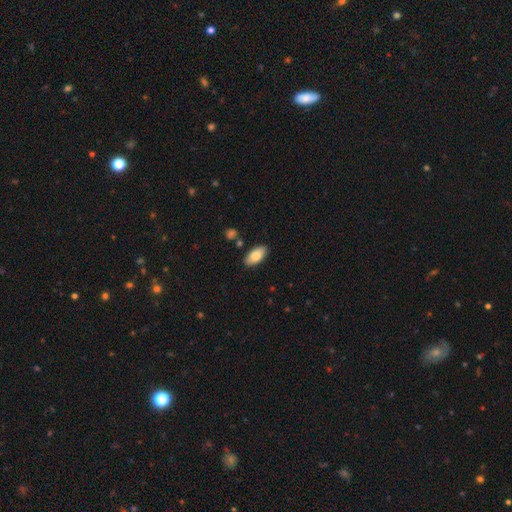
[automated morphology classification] A smooth galaxy with no disk features (80%) that is in between round and cigar-shaped (93%).

Vote fractions:
- Smooth or featured? smooth: 80% / featured or disk: 14% / star or artifact: 6%
- How rounded? in between: 93% / cigar-shaped: 5% / round: 2%
- Merging? none: 86% / minor disturbance: 10% / merger: 2% / major disturbance: 2%